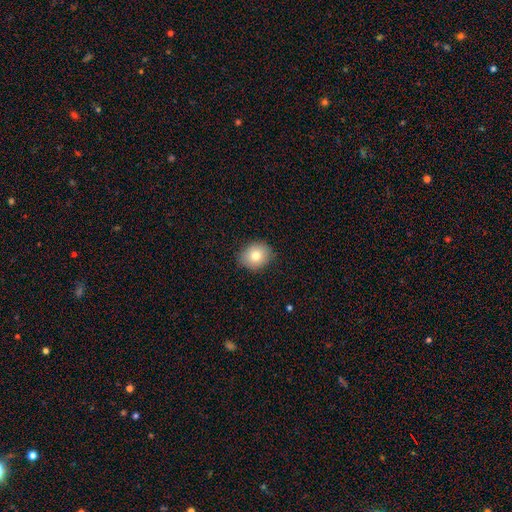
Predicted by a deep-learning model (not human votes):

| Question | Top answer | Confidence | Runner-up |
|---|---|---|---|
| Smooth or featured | smooth | 78% | featured or disk (12%) |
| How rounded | round | 67% | in between (32%) |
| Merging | none | 86% | minor disturbance (10%) |